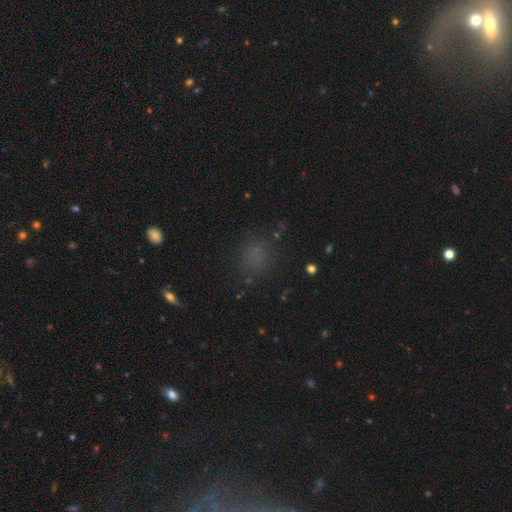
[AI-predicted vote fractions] Morphology: type=smooth (68%); roundness=round (72%); merging=none (77%).